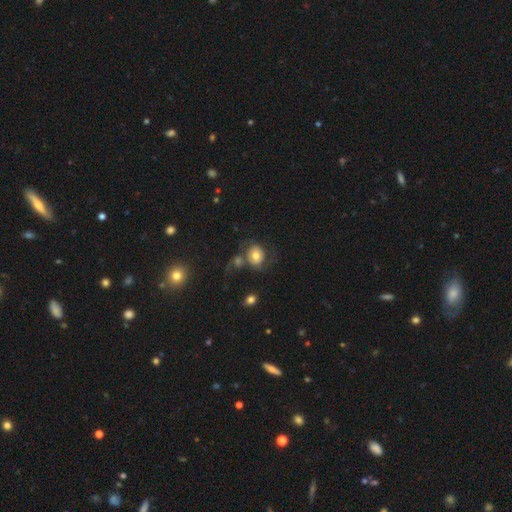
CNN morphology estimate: This appears to be a smooth galaxy with no disk features (60%) that is round (66%). Merging: none (42%).